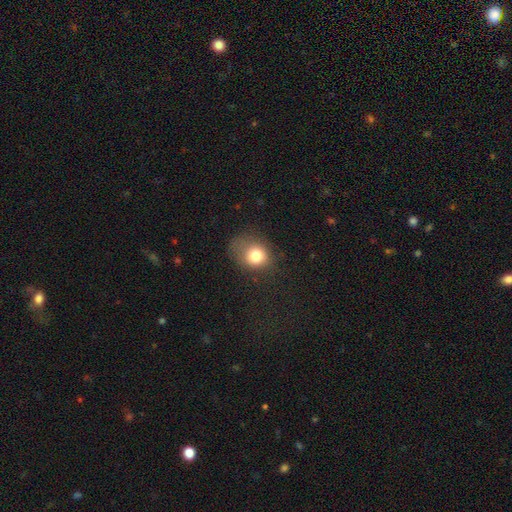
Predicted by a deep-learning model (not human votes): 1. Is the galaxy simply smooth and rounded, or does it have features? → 78% smooth, 12% star or artifact, 10% featured or disk.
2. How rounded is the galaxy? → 64% round, 35% in between, 1% cigar-shaped.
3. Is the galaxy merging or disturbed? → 54% none, 27% minor disturbance, 17% major disturbance, 2% merger.